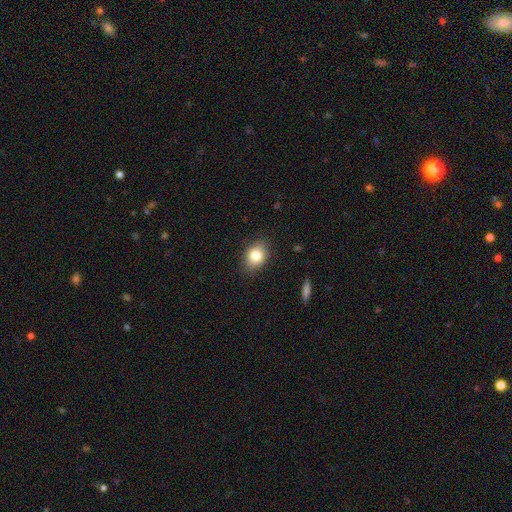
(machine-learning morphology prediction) This is clearly a smooth galaxy (81%). How rounded: likely in between (65%). Merging: clearly none (85%).